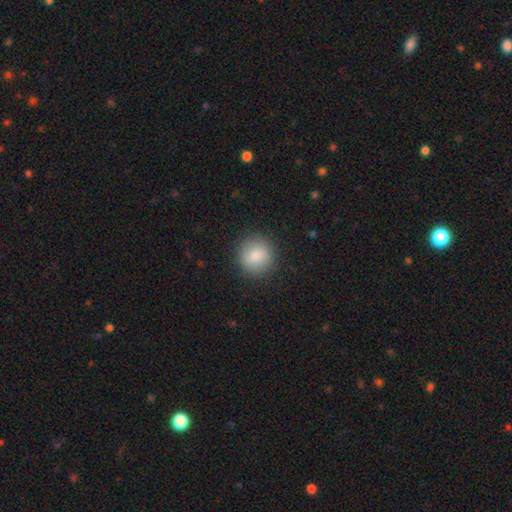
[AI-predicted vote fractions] A smooth galaxy with no disk features (83%) that is round (93%). Merging: none (89%).